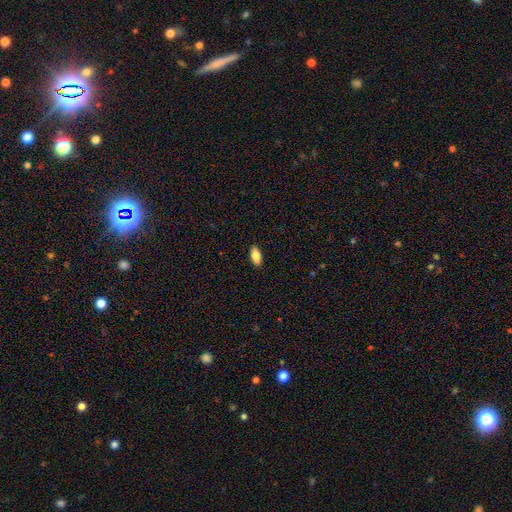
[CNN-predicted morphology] This is clearly a smooth galaxy (85%). How rounded: clearly in between (89%). Merging: clearly none (89%).